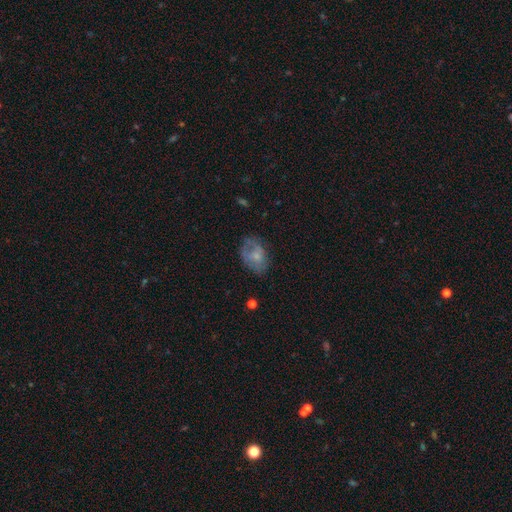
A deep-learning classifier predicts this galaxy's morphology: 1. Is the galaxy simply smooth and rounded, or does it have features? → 57% smooth, 35% featured or disk, 9% star or artifact.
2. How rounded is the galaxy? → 78% in between, 21% round, 1% cigar-shaped.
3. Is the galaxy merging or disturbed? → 53% none, 28% minor disturbance, 17% major disturbance, 2% merger.